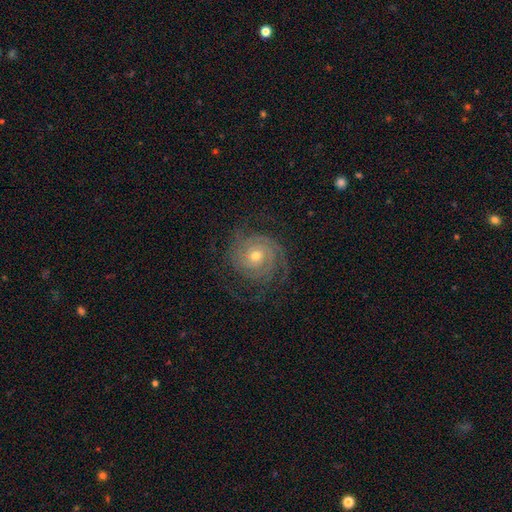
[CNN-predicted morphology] A featured or disk galaxy (87%) with no bar (74%), 3 (28%) tight (70%) spiral arms (97%) and a moderate central bulge (57%).

Vote fractions:
- Smooth or featured? featured or disk: 87% / smooth: 7% / star or artifact: 6%
- Edge-on disk? no: 97% / yes: 3%
- Bar? no: 74% / weak: 21% / strong: 5%
- Spiral arms? yes: 97% / no: 3%
- Spiral winding? tight: 70% / medium: 23% / loose: 6%
- Spiral arm count? 3: 28% / can't tell: 22% / 2: 22% / 4: 14% / more than 4: 7% / 1: 7%
- Bulge size? moderate: 57% / small: 39% / large: 2% / none: 1% / dominant: 1%
- Merging? none: 73% / minor disturbance: 15% / major disturbance: 11% / merger: 1%